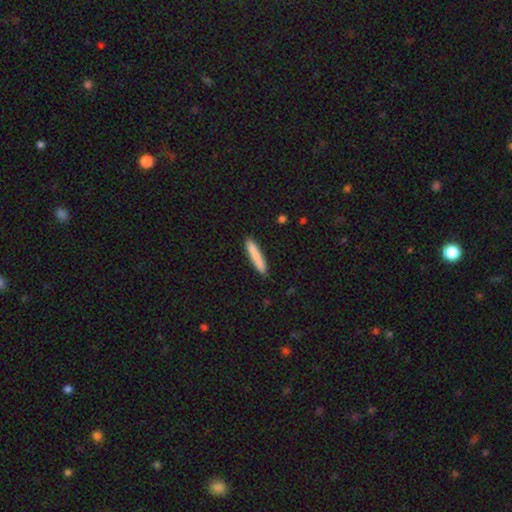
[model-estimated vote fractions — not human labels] smooth 83%, featured or disk 11%, star or artifact 6%. Down the decision tree: how rounded — cigar-shaped (93%); merging — none (90%).